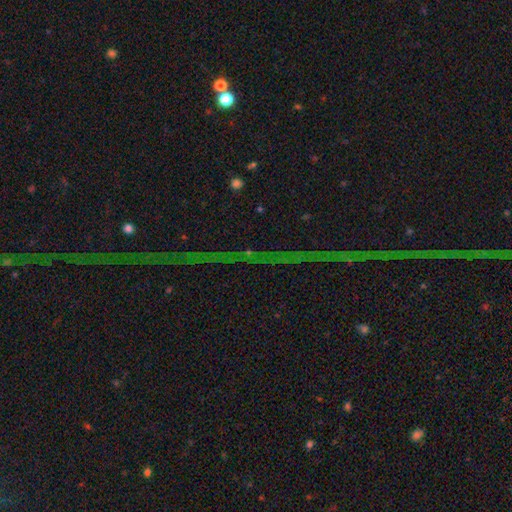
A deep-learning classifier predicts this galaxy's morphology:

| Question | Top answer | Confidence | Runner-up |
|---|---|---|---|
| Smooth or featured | star or artifact | 81% | featured or disk (12%) |